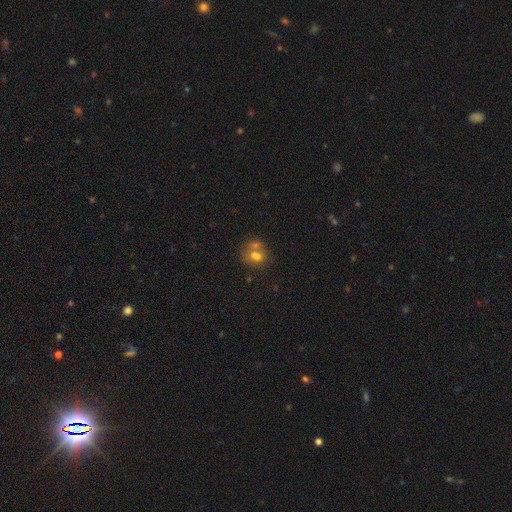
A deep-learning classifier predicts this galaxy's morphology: Smooth or featured? smooth (64%)
How rounded? round (61%)
Merging? merger (50%)